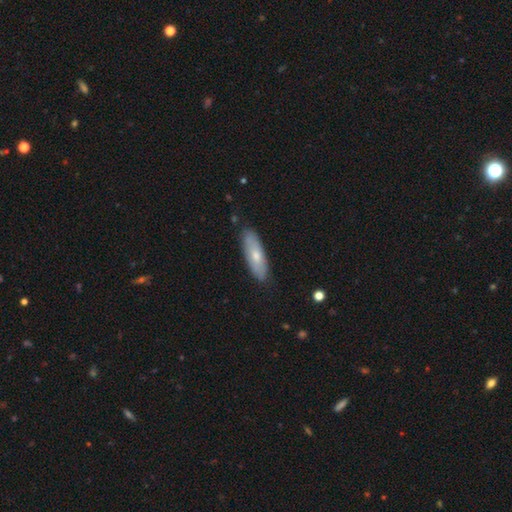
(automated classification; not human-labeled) Smooth or featured?
  - smooth: 62% *
  - featured or disk: 33%
  - star or artifact: 6%
How rounded?
  - in between: 53% *
  - cigar-shaped: 45%
  - round: 2%
Merging?
  - none: 84% *
  - minor disturbance: 12%
  - major disturbance: 2%
  - merger: 1%